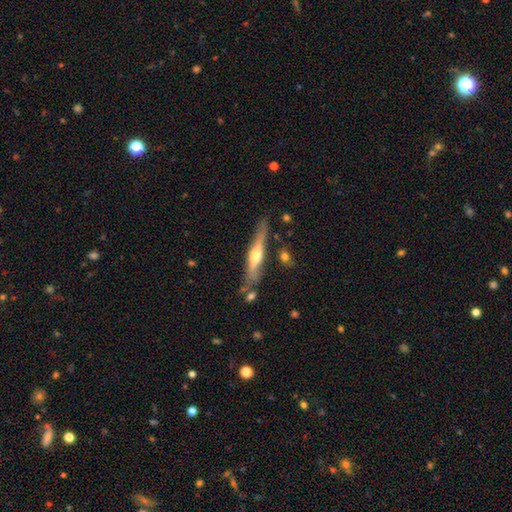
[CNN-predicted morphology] The model was most divided on "smooth or featured": featured or disk: 63%, smooth: 32%, star or artifact: 5%. More confident: edge-on disk — yes (94%); edge-on bulge — rounded (91%); merging — none (74%).